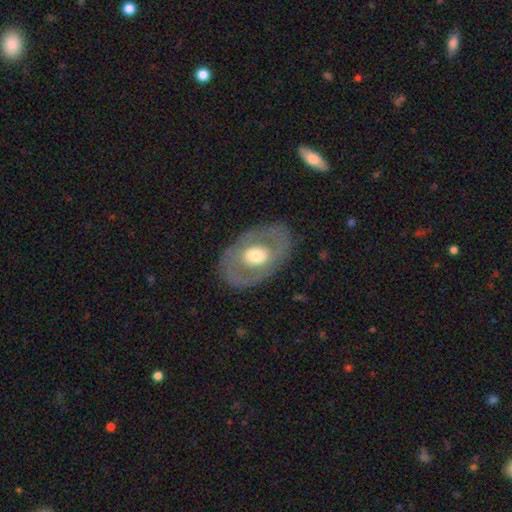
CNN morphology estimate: The model was most divided on "smooth or featured": featured or disk: 56%, smooth: 39%, star or artifact: 5%. More confident: edge-on disk — no (90%); spiral arms — no (82%); merging — none (81%); bar — no (77%); bulge size — moderate (60%).